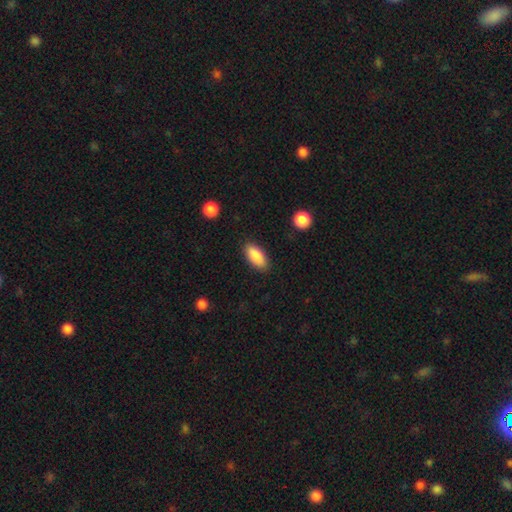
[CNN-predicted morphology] type=smooth (88%); roundness=in between (85%); merging=none (88%).